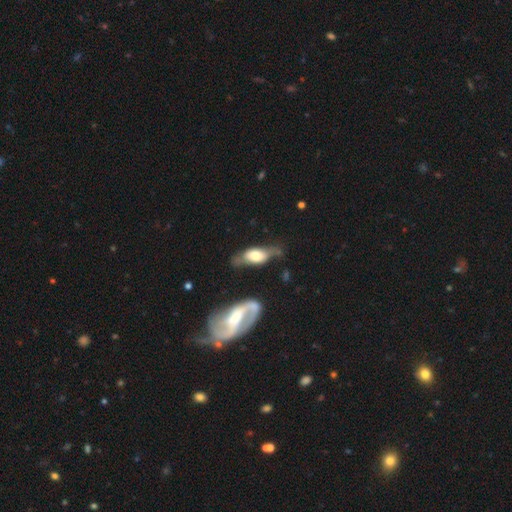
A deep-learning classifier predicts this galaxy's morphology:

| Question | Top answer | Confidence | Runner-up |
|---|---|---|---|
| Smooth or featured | featured or disk | 49% | smooth (45%) |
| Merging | none | 45% | minor disturbance (29%) |